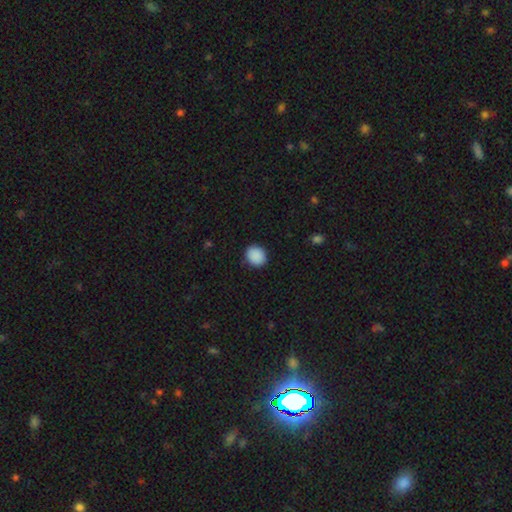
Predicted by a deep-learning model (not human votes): Q: Smooth or featured?
A: smooth (90%); runner-up: star or artifact (8%)
Q: How rounded?
A: round (66%); runner-up: in between (33%)
Q: Merging?
A: none (89%); runner-up: minor disturbance (8%)